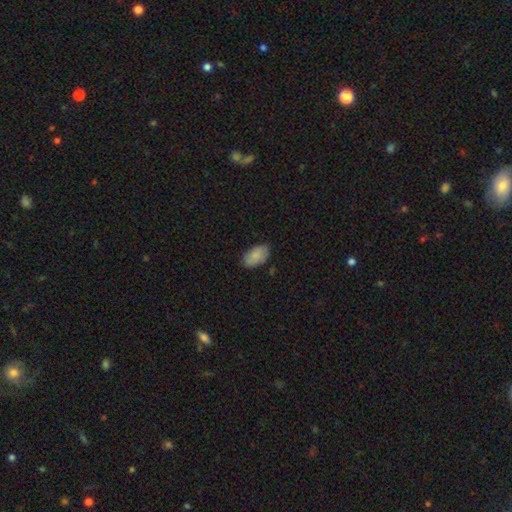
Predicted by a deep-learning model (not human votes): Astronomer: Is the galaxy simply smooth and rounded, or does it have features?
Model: smooth — 84%.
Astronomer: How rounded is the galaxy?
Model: in between — 93%.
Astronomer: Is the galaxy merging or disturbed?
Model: none — 82%.